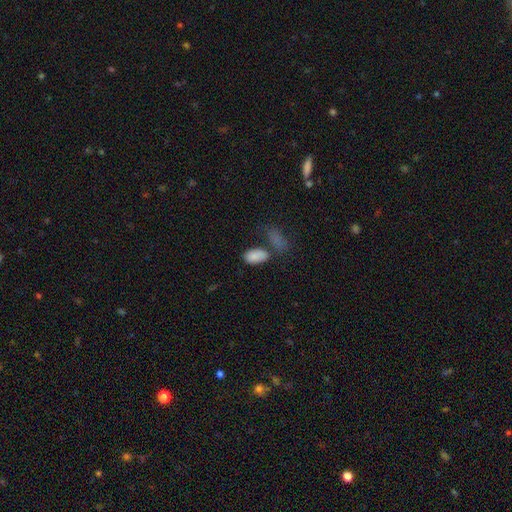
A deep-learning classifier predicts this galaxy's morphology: type=smooth (84%); roundness=in between (94%); merging=none (52%).